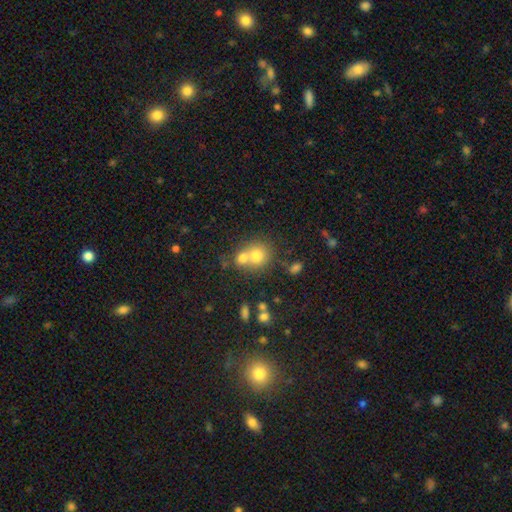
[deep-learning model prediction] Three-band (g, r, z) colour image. It shows a smooth galaxy with no disk features (72%) that is round (76%). Merging: merger (55%).